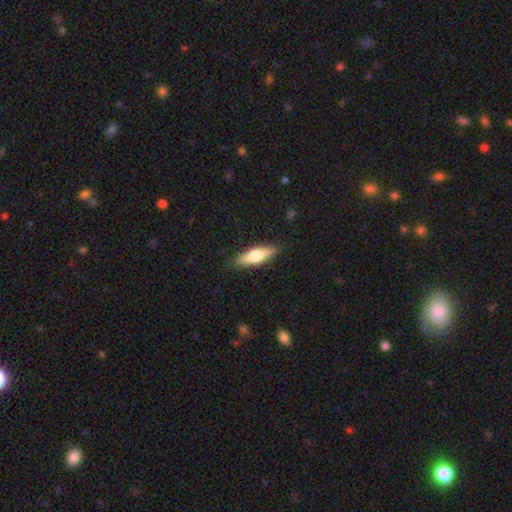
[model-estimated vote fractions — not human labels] Smooth or featured? Predicted: smooth (p=0.60). How rounded? Predicted: cigar-shaped (p=0.49, tied with in between). Merging? Predicted: none (p=0.86).